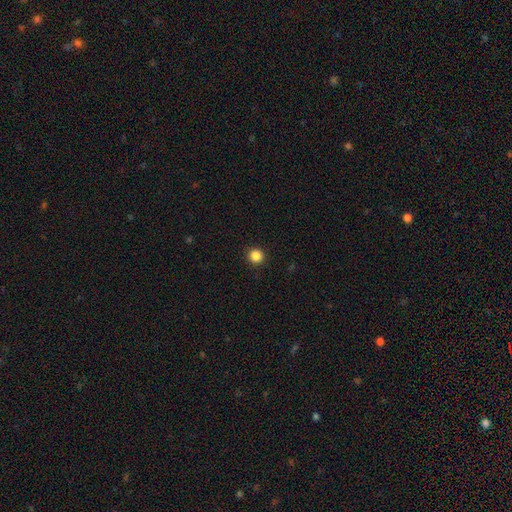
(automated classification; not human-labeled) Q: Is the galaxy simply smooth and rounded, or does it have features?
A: smooth — 85%.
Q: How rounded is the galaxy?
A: round — 95%.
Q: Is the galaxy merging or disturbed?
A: none — 93%.